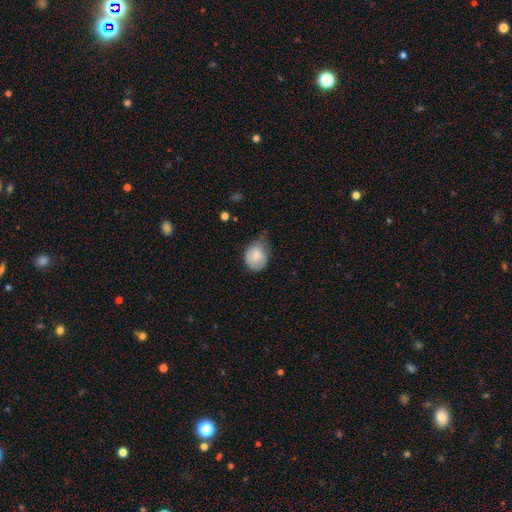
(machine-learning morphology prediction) smooth_or_featured: smooth (p=0.78) [alt: featured or disk p=0.14]
how_rounded: round (p=0.51) [alt: in between p=0.48]
merging: minor disturbance (p=0.46) [alt: none p=0.37]